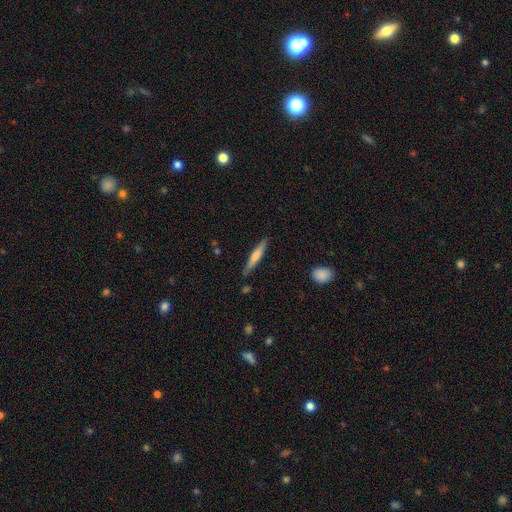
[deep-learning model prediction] Smooth or featured? Predicted: smooth (p=0.53). How rounded? Predicted: cigar-shaped (p=0.92). Merging? Predicted: none (p=0.86).